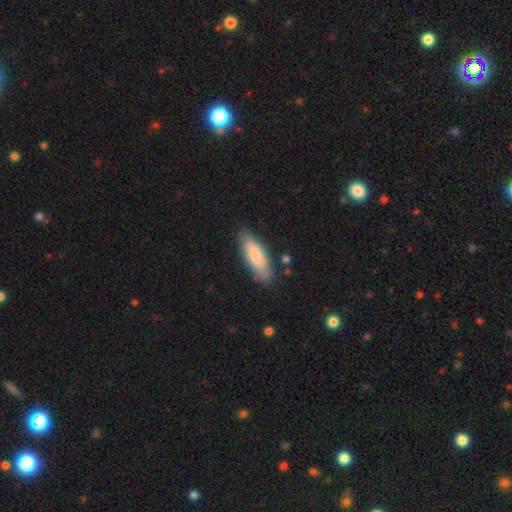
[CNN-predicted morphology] smooth_or_featured: smooth (p=0.79) [alt: featured or disk p=0.16]
how_rounded: in between (p=0.53) [alt: cigar-shaped p=0.45]
merging: none (p=0.80) [alt: minor disturbance p=0.15]